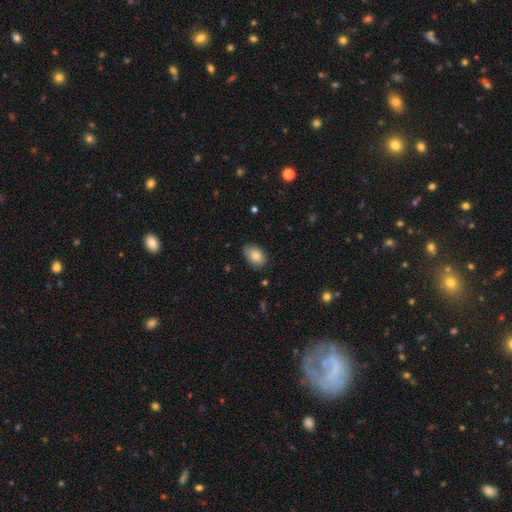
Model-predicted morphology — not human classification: Q: Smooth or featured?
A: smooth (81%); runner-up: featured or disk (12%)
Q: How rounded?
A: in between (88%); runner-up: round (11%)
Q: Merging?
A: none (74%); runner-up: minor disturbance (22%)